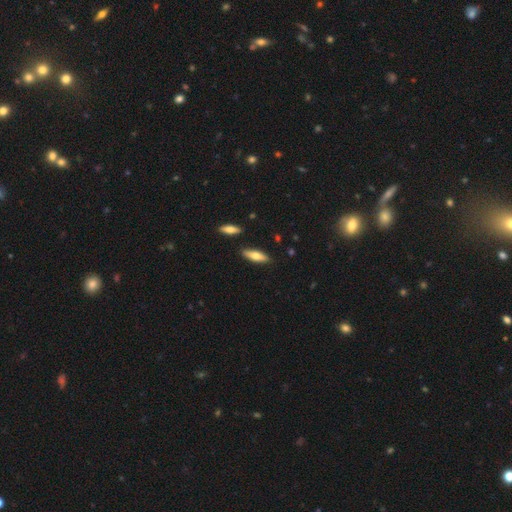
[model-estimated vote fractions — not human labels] Smooth or featured?
  - smooth: 69% *
  - featured or disk: 26%
  - star or artifact: 6%
How rounded?
  - in between: 52% *
  - cigar-shaped: 46%
  - round: 2%
Merging?
  - none: 85% *
  - minor disturbance: 10%
  - merger: 3%
  - major disturbance: 2%